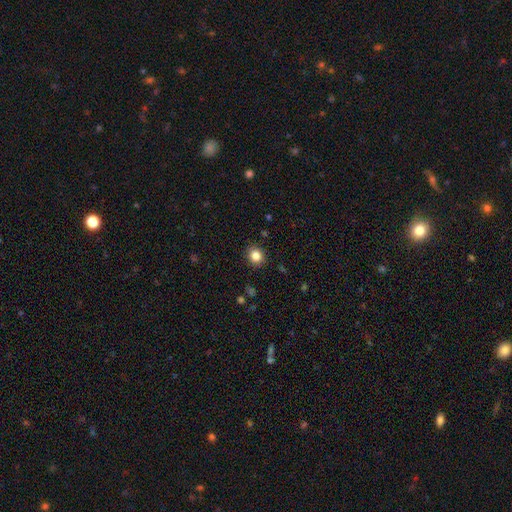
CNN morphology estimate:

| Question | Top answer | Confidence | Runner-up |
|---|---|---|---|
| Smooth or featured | smooth | 84% | star or artifact (11%) |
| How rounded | round | 74% | in between (25%) |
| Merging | none | 89% | minor disturbance (7%) |